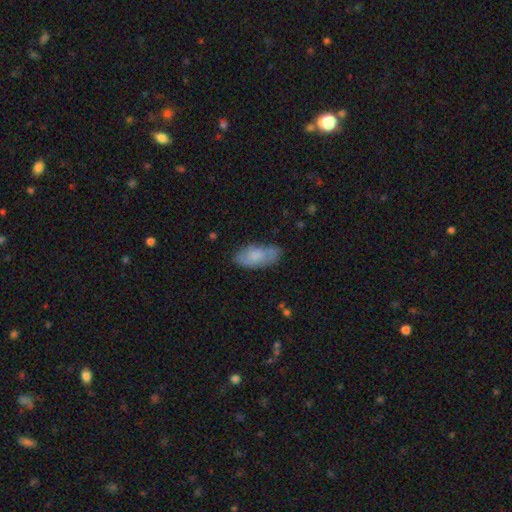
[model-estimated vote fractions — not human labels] Morphology: type=smooth (73%); roundness=in between (87%); merging=none (68%).